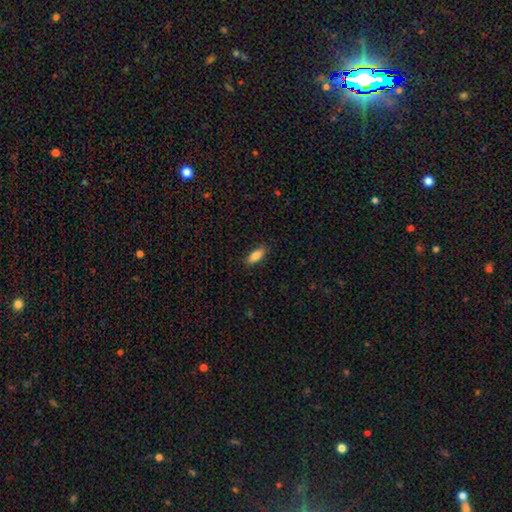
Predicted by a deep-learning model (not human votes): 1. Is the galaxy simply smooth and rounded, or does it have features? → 82% smooth, 11% featured or disk, 7% star or artifact.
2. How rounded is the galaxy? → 74% in between, 24% cigar-shaped, 2% round.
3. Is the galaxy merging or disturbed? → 87% none, 10% minor disturbance, 2% major disturbance, 1% merger.